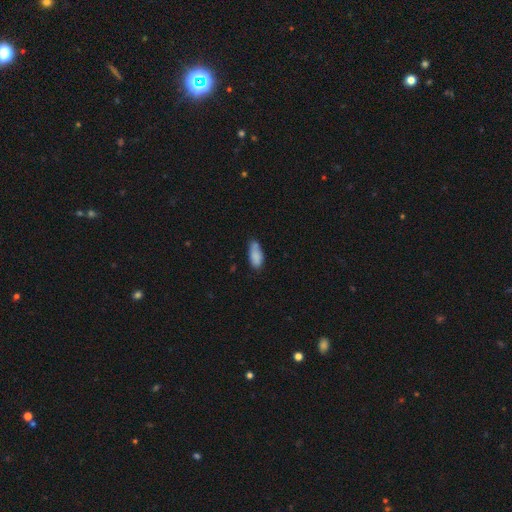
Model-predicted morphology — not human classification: Smooth or featured: smooth — 84% (featured or disk — 8%)
How rounded: in between — 79% (cigar-shaped — 19%)
Merging: none — 59% (minor disturbance — 29%)